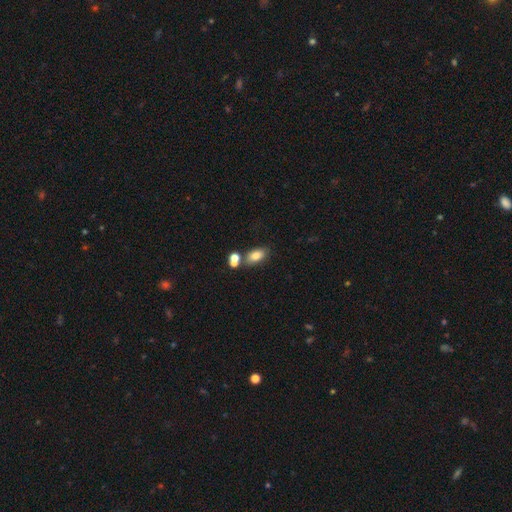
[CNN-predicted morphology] The model was most divided on "merging": none: 62%, merger: 22%, minor disturbance: 12%, major disturbance: 4%. More confident: how rounded — in between (86%); smooth or featured — smooth (78%).